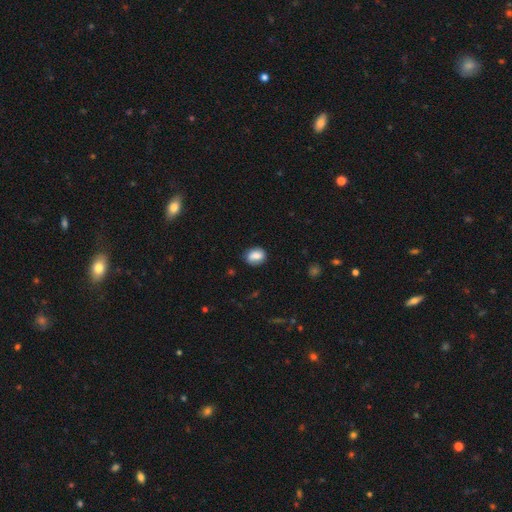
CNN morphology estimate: smooth-or-featured: smooth: 80% | featured or disk: 12% | star or artifact: 8%
  how-rounded: in between: 58% | round: 41% | cigar-shaped: 1%
  merging: none: 79% | minor disturbance: 16% | major disturbance: 4% | merger: 2%